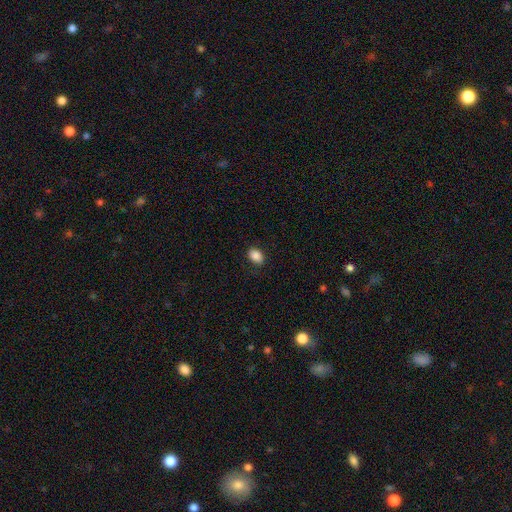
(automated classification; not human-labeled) smooth-or-featured: smooth: 87% | star or artifact: 9% | featured or disk: 4%
  how-rounded: in between: 73% | round: 26% | cigar-shaped: 1%
  merging: none: 85% | minor disturbance: 11% | major disturbance: 3% | merger: 1%